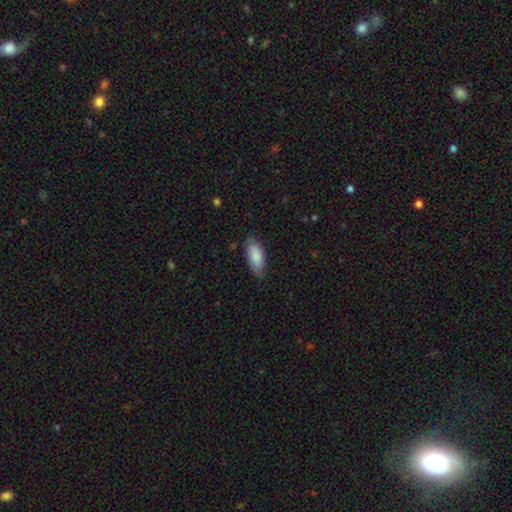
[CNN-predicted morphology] A smooth galaxy with no disk features (84%) that is in between round and cigar-shaped (87%). Merging: none (72%).